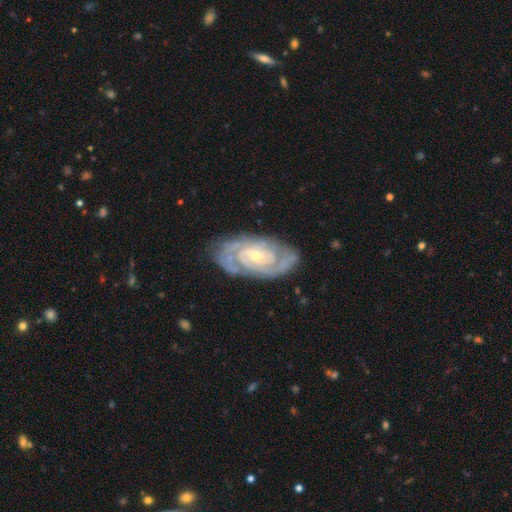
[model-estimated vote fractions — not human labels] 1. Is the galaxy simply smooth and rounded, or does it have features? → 89% featured or disk, 6% smooth, 5% star or artifact.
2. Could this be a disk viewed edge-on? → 96% no, 4% yes.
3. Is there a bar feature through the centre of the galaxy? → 62% no, 29% weak, 9% strong.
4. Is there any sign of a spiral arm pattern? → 97% yes, 3% no.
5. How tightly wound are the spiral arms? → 74% tight, 22% medium, 4% loose.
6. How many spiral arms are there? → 47% 2, 20% can't tell, 18% 3, 7% 4, 4% more than 4, 4% 1.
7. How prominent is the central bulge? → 68% small, 29% moderate, 1% large, 1% none, 1% dominant.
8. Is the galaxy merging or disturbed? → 77% none, 17% minor disturbance, 5% major disturbance, 1% merger.